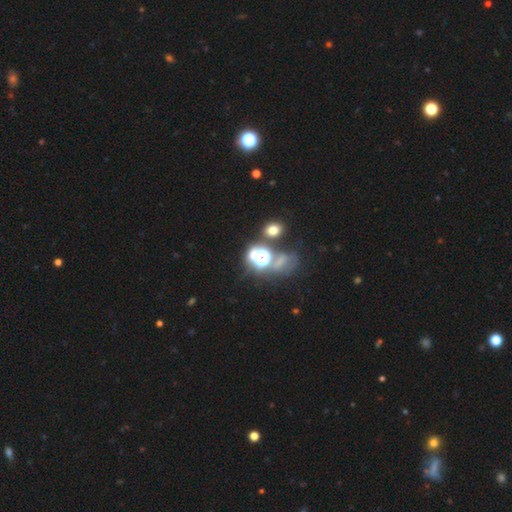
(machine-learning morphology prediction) smooth-or-featured: star or artifact: 63% | smooth: 24% | featured or disk: 13%